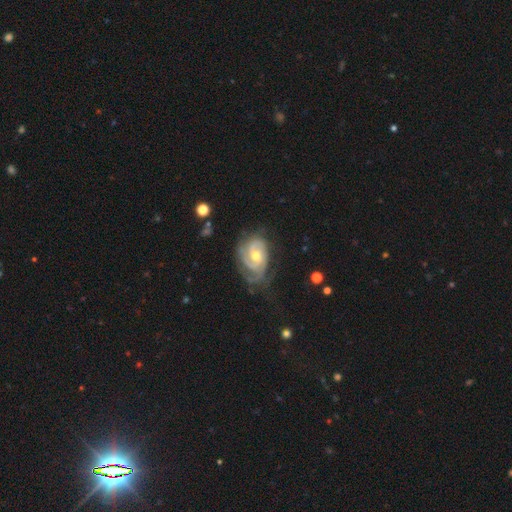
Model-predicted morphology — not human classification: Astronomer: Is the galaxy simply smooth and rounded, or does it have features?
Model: featured or disk — 87%.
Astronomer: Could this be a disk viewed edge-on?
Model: no — 97%.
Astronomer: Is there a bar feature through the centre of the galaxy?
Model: no — 65%.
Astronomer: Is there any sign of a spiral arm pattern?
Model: yes — 96%.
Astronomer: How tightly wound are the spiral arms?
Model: tight — 61%.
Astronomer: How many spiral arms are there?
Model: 2 — 34% (runner-up: 3, 29%).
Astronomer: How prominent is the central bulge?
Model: moderate — 64%.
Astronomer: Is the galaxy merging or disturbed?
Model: none — 56%.